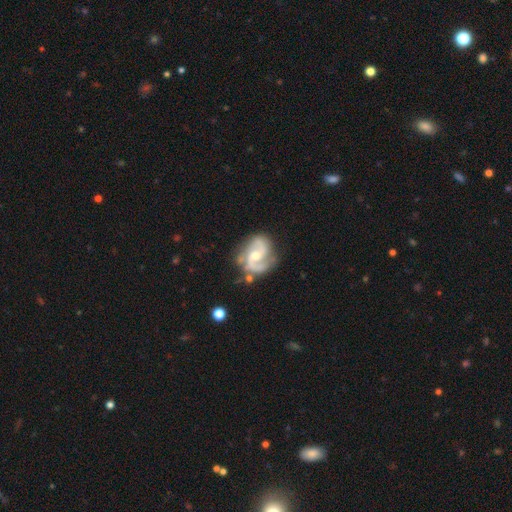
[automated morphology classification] A featured or disk galaxy (89%) with no bar (49%), 2 (89%) medium (58%) spiral arms (97%) and a moderate central bulge (59%).

Vote fractions:
- Smooth or featured? featured or disk: 89% / smooth: 6% / star or artifact: 4%
- Edge-on disk? no: 98% / yes: 2%
- Bar? no: 49% / weak: 42% / strong: 9%
- Spiral arms? yes: 97% / no: 3%
- Spiral winding? medium: 58% / tight: 22% / loose: 20%
- Spiral arm count? 2: 89% / can't tell: 3% / 3: 3% / 1: 2% / 4: 1% / more than 4: 1%
- Bulge size? moderate: 59% / small: 35% / large: 3% / none: 2% / dominant: 1%
- Merging? none: 67% / minor disturbance: 21% / major disturbance: 8% / merger: 4%